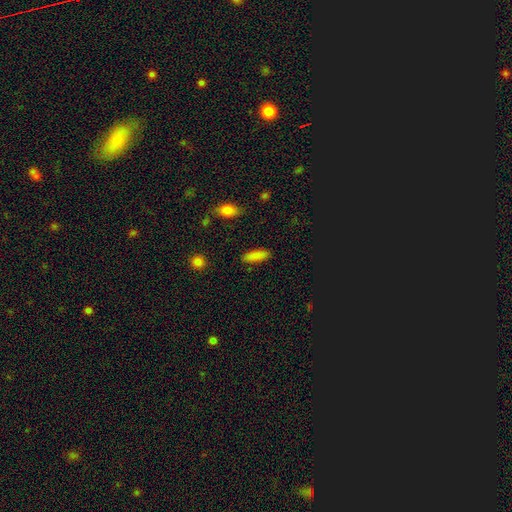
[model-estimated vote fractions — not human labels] This is clearly a smooth galaxy (87%). How rounded: likely in between (62%). Merging: clearly none (88%).